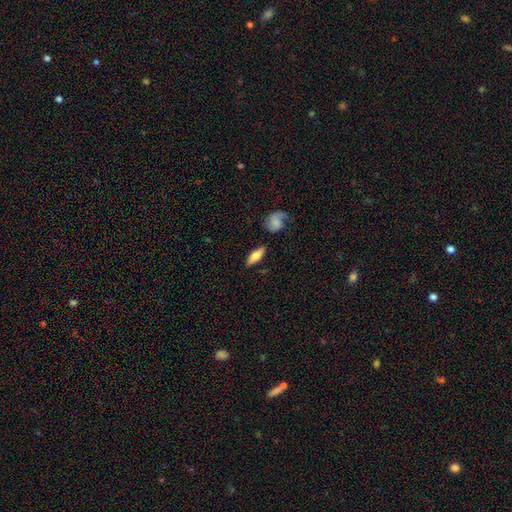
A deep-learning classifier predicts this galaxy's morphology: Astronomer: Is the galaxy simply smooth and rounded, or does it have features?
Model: smooth — 65%.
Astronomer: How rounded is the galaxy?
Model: in between — 63%.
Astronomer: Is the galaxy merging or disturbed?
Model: none — 82%.